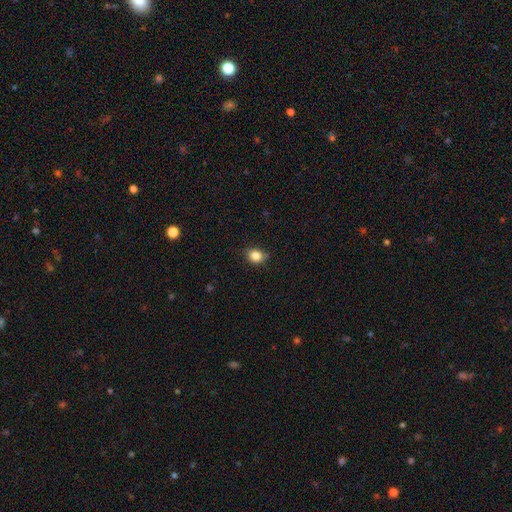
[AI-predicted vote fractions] A smooth galaxy with no disk features (85%) that is round (58%).

Vote fractions:
- Smooth or featured? smooth: 85% / star or artifact: 10% / featured or disk: 5%
- How rounded? round: 58% / in between: 41% / cigar-shaped: 1%
- Merging? none: 80% / minor disturbance: 16% / major disturbance: 3% / merger: 1%